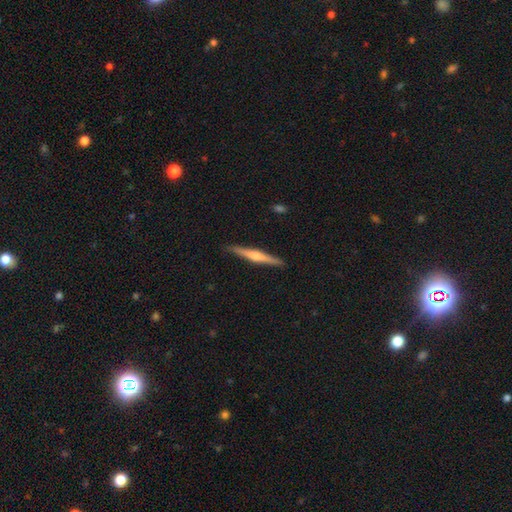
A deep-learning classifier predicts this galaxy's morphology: Smooth or featured: featured or disk — 68% (smooth — 26%)
Edge-on disk: yes — 98% (no — 2%)
Edge-on bulge: rounded — 84% (none — 9%)
Merging: none — 91% (minor disturbance — 6%)